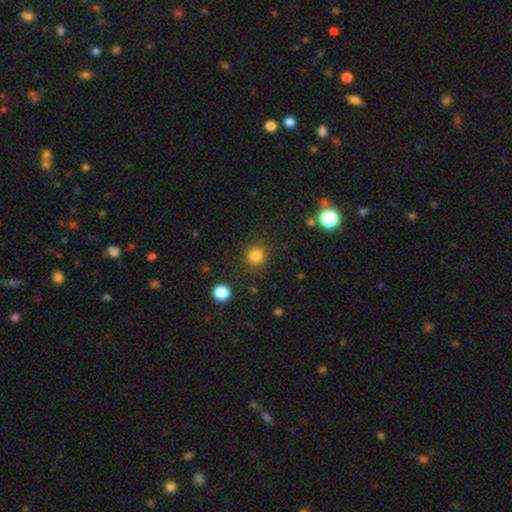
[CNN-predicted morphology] Smooth or featured? smooth (83%)
How rounded? round (86%)
Merging? none (87%)